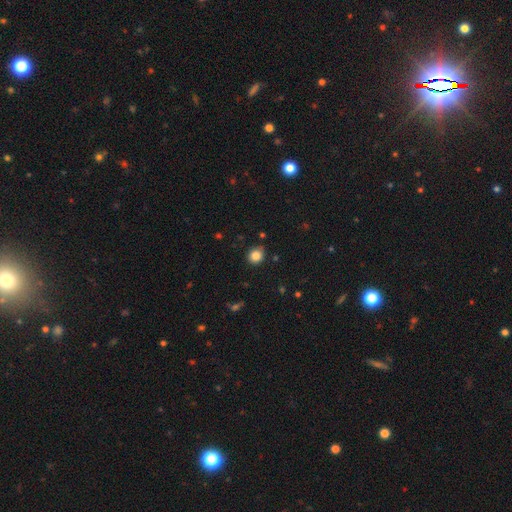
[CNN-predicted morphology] This is clearly a smooth galaxy (84%). How rounded: clearly round (82%). Merging: clearly none (88%).